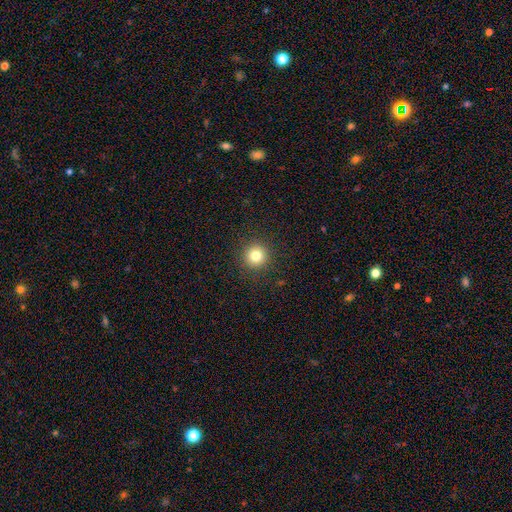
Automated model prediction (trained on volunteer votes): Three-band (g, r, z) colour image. It shows a smooth galaxy with no disk features (80%) that is round (95%). Merging: none (92%).